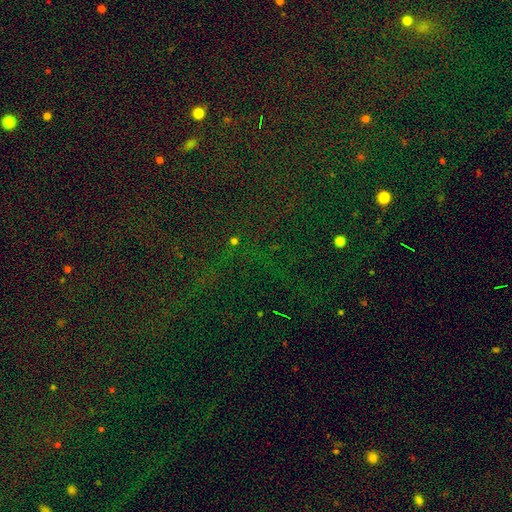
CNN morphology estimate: Smooth or featured?
  - star or artifact: 81% *
  - smooth: 11%
  - featured or disk: 8%